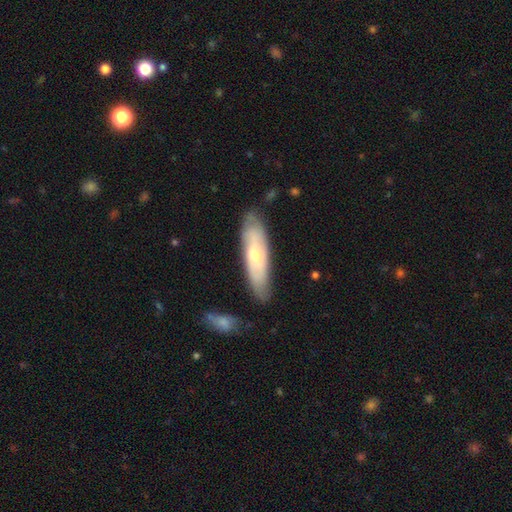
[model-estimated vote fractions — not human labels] smooth-or-featured: featured or disk: 51% | smooth: 43% | star or artifact: 6%
  disk-edge-on: no: 66% | yes: 34%
  merging: none: 79% | minor disturbance: 16% | major disturbance: 3% | merger: 2%